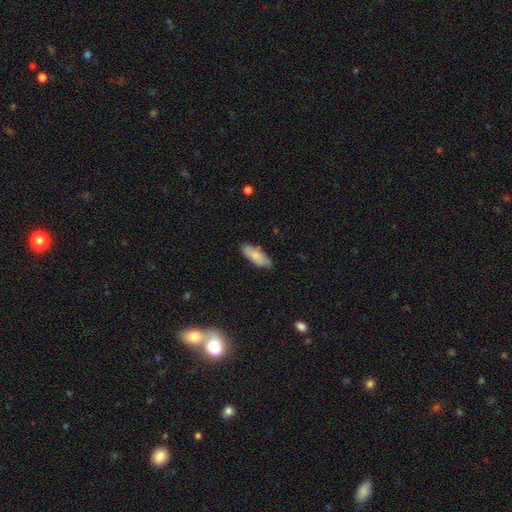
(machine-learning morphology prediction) smooth-or-featured: smooth: 80% | featured or disk: 14% | star or artifact: 6%
  how-rounded: in between: 69% | cigar-shaped: 29% | round: 2%
  merging: none: 78% | minor disturbance: 17% | major disturbance: 3% | merger: 1%